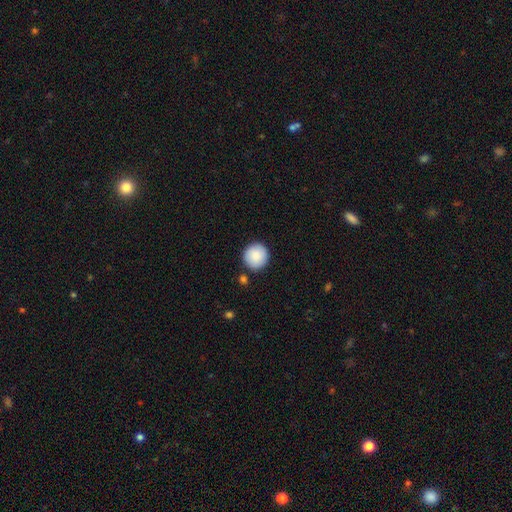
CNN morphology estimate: smooth-or-featured: smooth: 89% | star or artifact: 7% | featured or disk: 4%
  how-rounded: round: 95% | in between: 4% | cigar-shaped: 1%
  merging: none: 86% | minor disturbance: 8% | merger: 4% | major disturbance: 2%